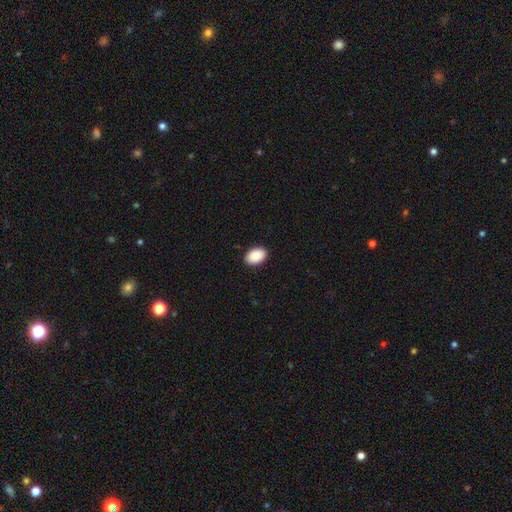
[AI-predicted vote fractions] Q: Smooth or featured?
A: smooth (91%); runner-up: star or artifact (7%)
Q: How rounded?
A: in between (89%); runner-up: round (10%)
Q: Merging?
A: none (90%); runner-up: minor disturbance (7%)